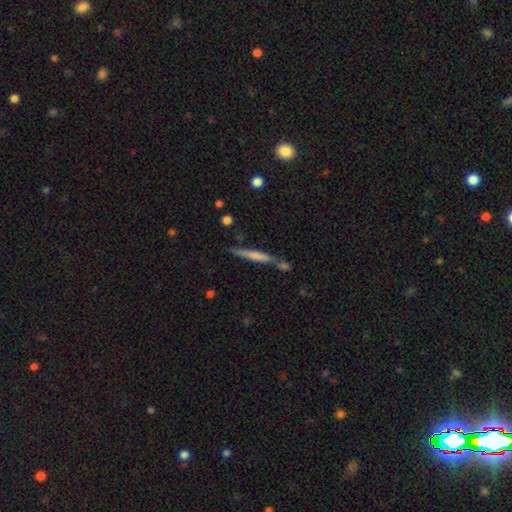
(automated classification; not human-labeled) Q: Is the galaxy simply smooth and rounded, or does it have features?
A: smooth — 55%.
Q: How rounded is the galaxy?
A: cigar-shaped — 94%.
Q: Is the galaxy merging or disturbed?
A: none — 64%.